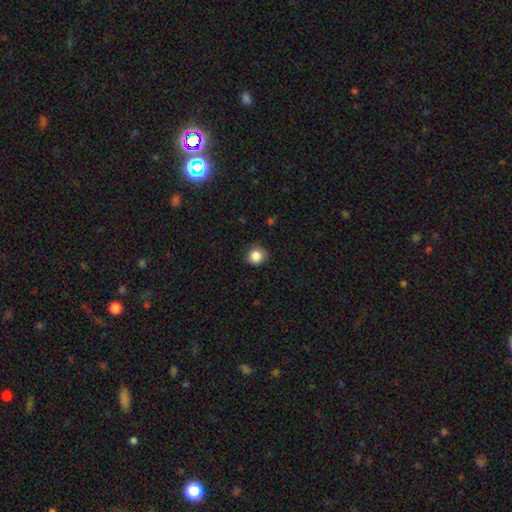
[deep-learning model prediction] This appears to be a smooth galaxy with no disk features (86%) that is round (89%). Merging: none (86%).